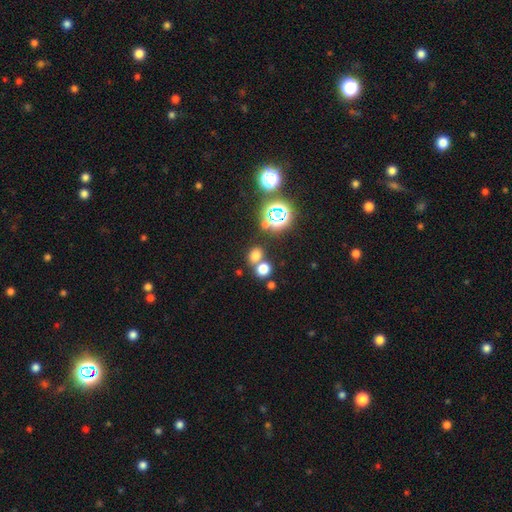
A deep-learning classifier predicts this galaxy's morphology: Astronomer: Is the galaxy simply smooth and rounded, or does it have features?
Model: smooth — 65%.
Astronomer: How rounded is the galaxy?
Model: round — 60% (runner-up: in between, 39%).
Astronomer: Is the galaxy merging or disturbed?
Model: none — 60%.